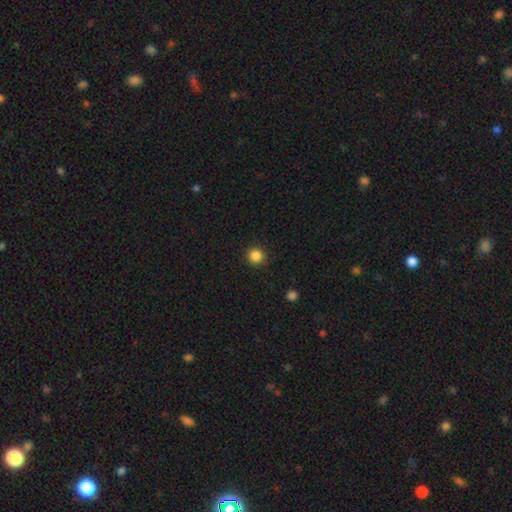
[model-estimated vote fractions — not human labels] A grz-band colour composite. It shows a smooth galaxy with no disk features (85%) that is round (94%). Merging: none (92%).